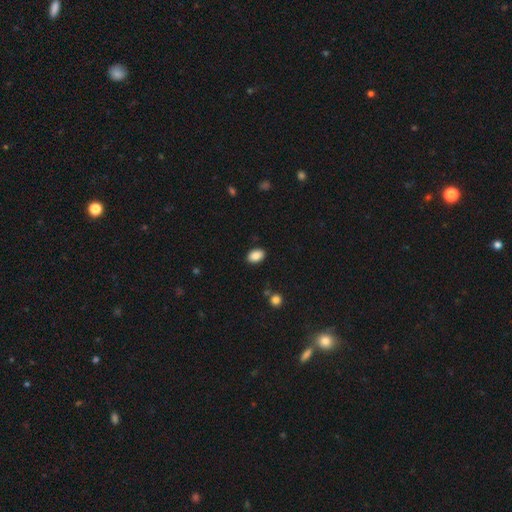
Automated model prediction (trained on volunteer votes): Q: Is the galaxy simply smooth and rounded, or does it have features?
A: smooth — 88%.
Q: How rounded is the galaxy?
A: in between — 83%.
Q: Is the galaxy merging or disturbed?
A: none — 89%.